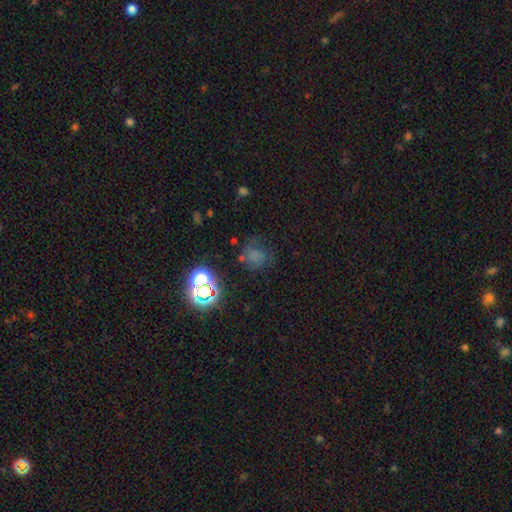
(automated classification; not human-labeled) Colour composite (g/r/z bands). It shows a smooth galaxy with no disk features (53%) that is round (73%). Merging: none (56%).